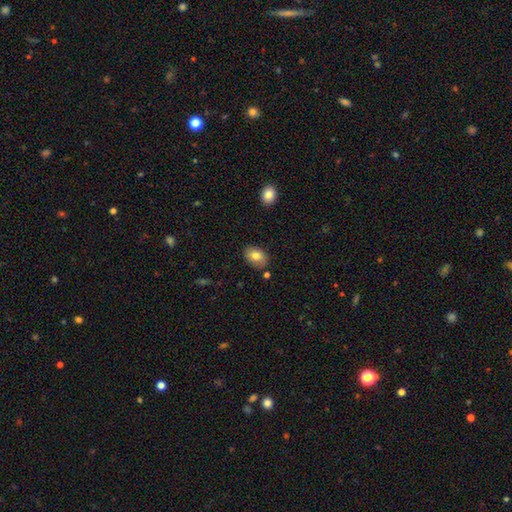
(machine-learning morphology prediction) Overall: smooth (80%). How rounded: in between (86%). Merging: none (81%).